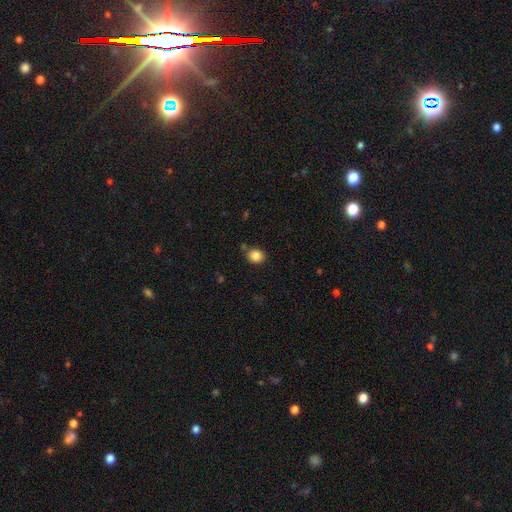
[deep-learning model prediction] Smooth or featured? Predicted: smooth (p=0.85). How rounded? Predicted: round (p=0.66). Merging? Predicted: none (p=0.78).